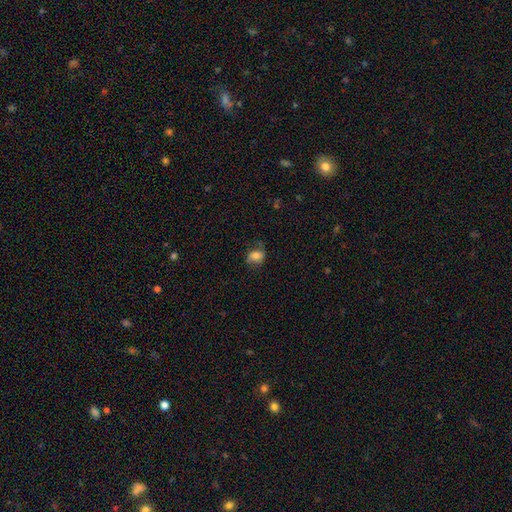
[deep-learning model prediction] Morphology: type=smooth (67%); roundness=in between (56%); merging=none (61%).